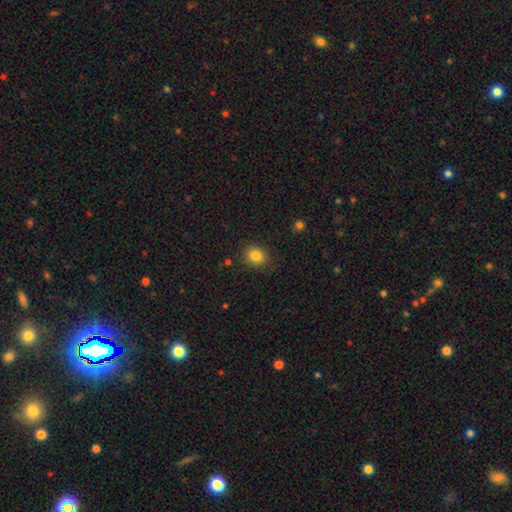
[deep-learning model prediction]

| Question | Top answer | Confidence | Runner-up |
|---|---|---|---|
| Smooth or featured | smooth | 84% | star or artifact (11%) |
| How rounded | round | 65% | in between (34%) |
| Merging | none | 84% | minor disturbance (11%) |